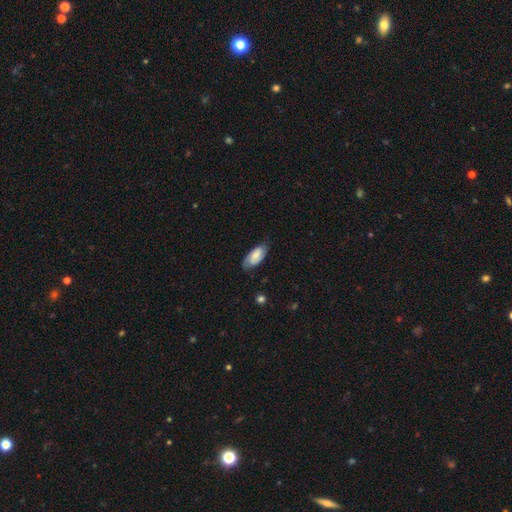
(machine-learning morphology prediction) A smooth galaxy with no disk features (56%) that is in between round and cigar-shaped (89%).

Vote fractions:
- Smooth or featured? smooth: 56% / featured or disk: 38% / star or artifact: 7%
- How rounded? in between: 89% / cigar-shaped: 8% / round: 2%
- Merging? none: 71% / minor disturbance: 23% / major disturbance: 5% / merger: 1%